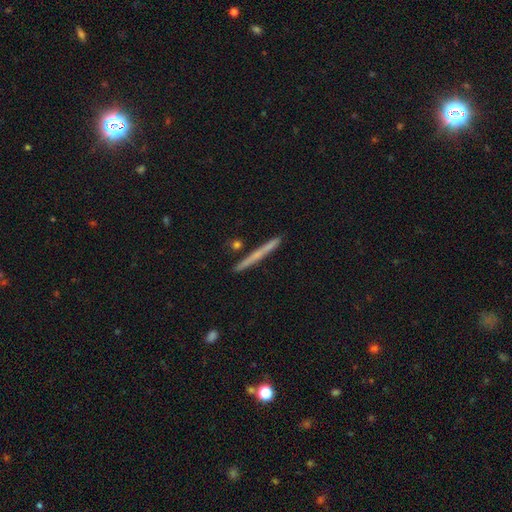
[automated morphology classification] This appears to be a featured or disk galaxy (47%, tied with smooth). Merging: none (89%).